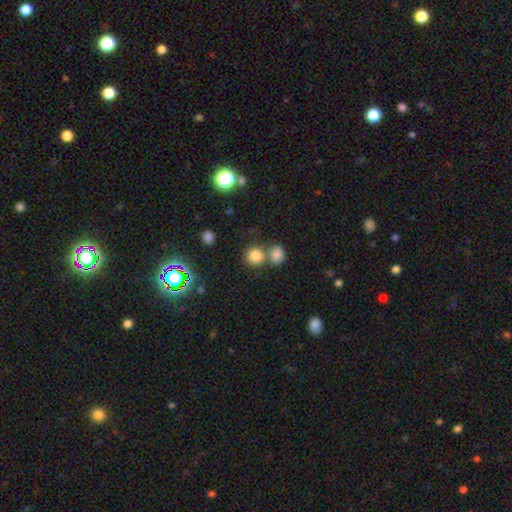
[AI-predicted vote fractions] Smooth or featured? Predicted: smooth (p=0.81). How rounded? Predicted: round (p=0.87). Merging? Predicted: none (p=0.54).